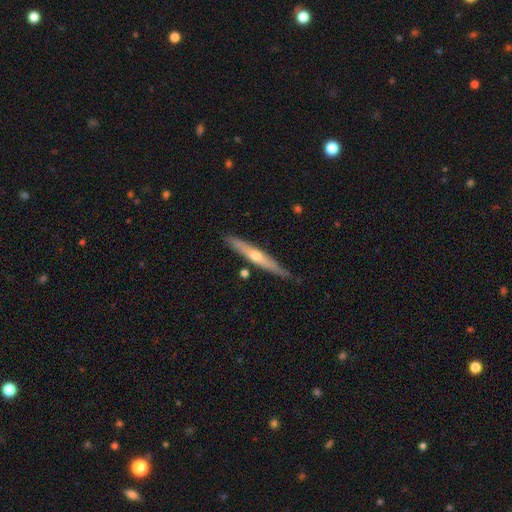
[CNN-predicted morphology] Overall: featured or disk (61%; smooth 33%). Edge-on disk: yes (93%). Edge-on bulge: rounded (77%). Merging: none (81%).